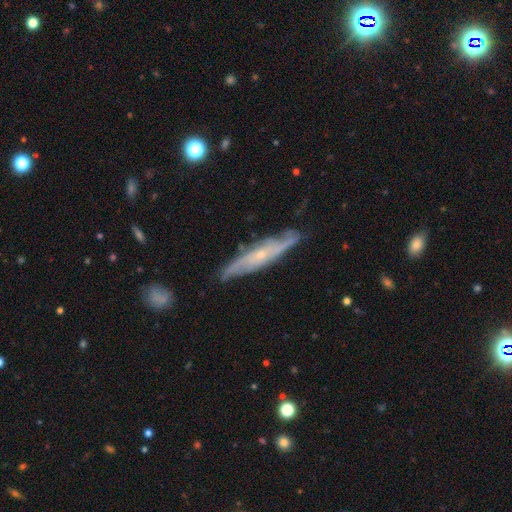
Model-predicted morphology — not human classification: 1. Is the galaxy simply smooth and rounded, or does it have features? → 69% featured or disk, 23% smooth, 8% star or artifact.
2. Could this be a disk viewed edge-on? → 65% yes, 35% no.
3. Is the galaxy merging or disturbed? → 78% none, 17% minor disturbance, 3% major disturbance, 2% merger.